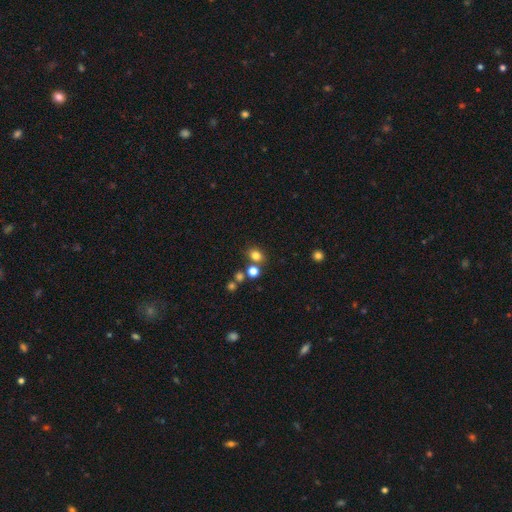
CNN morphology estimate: smooth_or_featured: smooth (p=0.77) [alt: star or artifact p=0.16]
how_rounded: round (p=0.58) [alt: in between p=0.41]
merging: none (p=0.72) [alt: merger p=0.14]